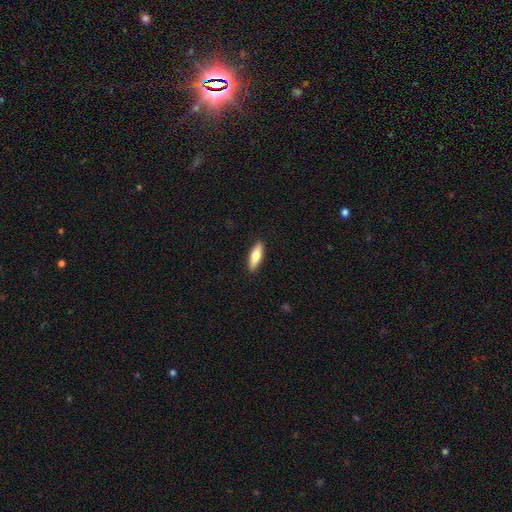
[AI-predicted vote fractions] A smooth galaxy with no disk features (71%) that is cigar-shaped (54%). Merging: none (90%).